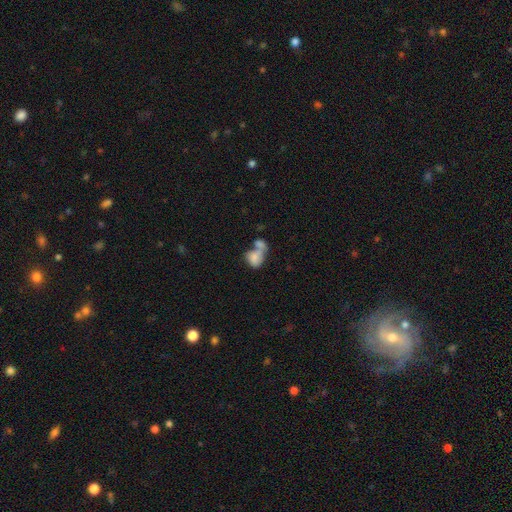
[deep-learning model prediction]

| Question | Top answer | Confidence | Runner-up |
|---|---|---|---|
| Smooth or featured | smooth | 74% | featured or disk (18%) |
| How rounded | in between | 67% | round (32%) |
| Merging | merger | 69% | none (15%) |